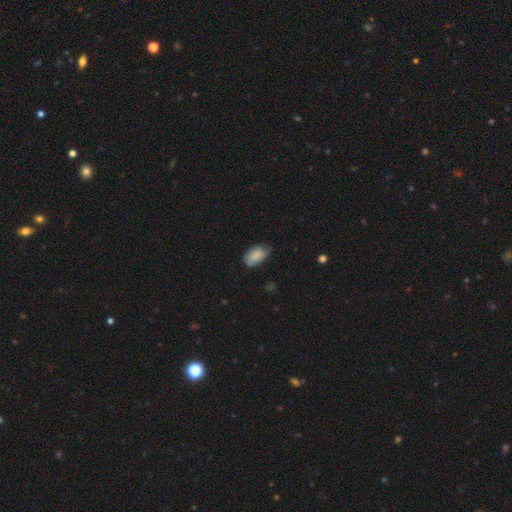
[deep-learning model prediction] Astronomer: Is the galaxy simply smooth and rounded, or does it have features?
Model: smooth — 79%.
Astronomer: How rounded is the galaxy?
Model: in between — 92%.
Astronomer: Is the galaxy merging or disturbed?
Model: none — 53% (runner-up: minor disturbance, 38%).